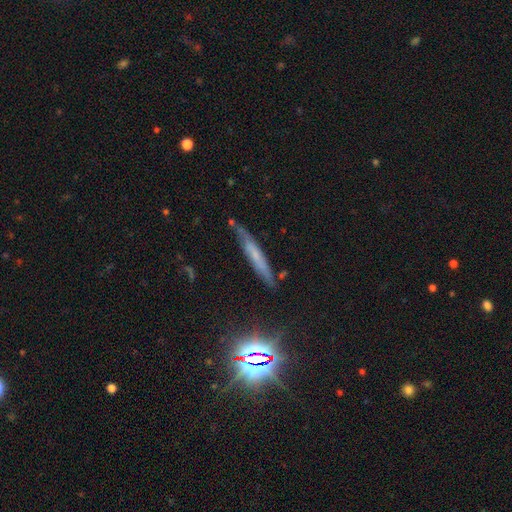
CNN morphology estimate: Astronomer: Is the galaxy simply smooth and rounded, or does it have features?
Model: featured or disk — 42% (runner-up: smooth, 41%).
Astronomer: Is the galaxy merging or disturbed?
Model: none — 73%.